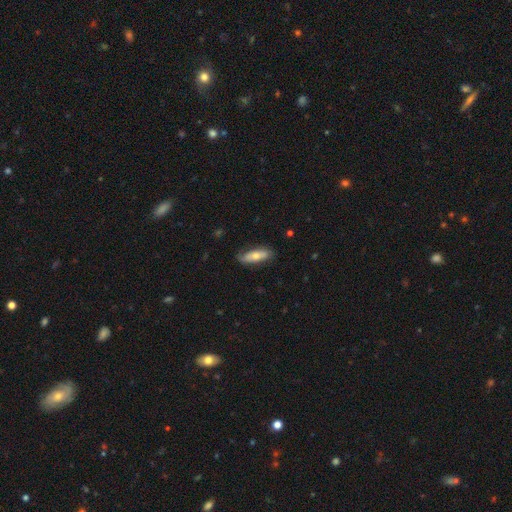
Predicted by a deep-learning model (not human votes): Smooth or featured? Predicted: smooth (p=0.59). How rounded? Predicted: in between (p=0.56). Merging? Predicted: none (p=0.76).